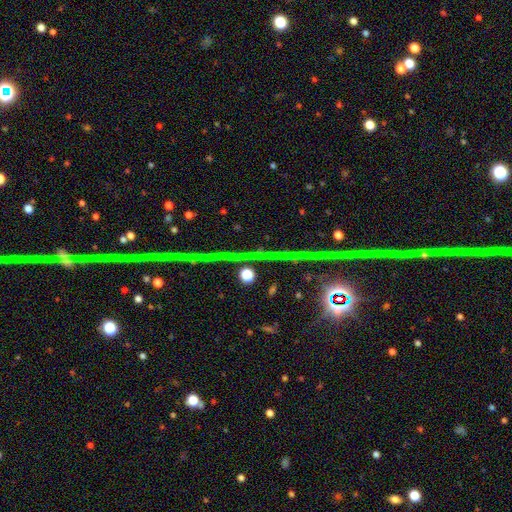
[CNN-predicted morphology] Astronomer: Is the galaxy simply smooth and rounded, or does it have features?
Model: star or artifact — 67%.